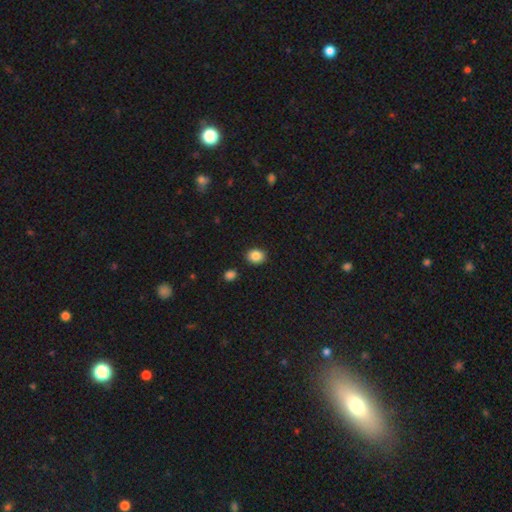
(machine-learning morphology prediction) A smooth galaxy with no disk features (87%) that is round (54%).

Vote fractions:
- Smooth or featured? smooth: 87% / star or artifact: 9% / featured or disk: 4%
- How rounded? round: 54% / in between: 45% / cigar-shaped: 1%
- Merging? none: 88% / minor disturbance: 7% / merger: 3% / major disturbance: 2%